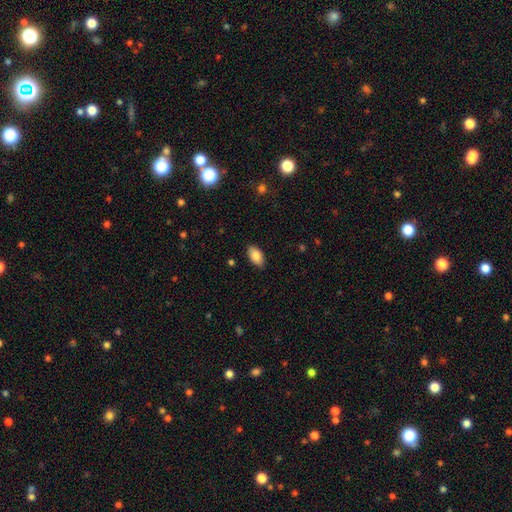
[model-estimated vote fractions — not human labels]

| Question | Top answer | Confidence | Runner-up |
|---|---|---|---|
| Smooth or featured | smooth | 85% | featured or disk (8%) |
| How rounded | in between | 93% | round (4%) |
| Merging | none | 86% | minor disturbance (11%) |